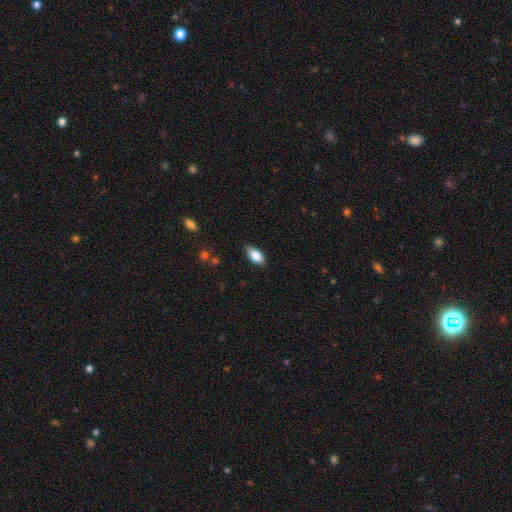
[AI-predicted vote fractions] The model was most divided on "smooth or featured": smooth: 79%, featured or disk: 14%, star or artifact: 7%. More confident: how rounded — in between (89%); merging — none (85%).